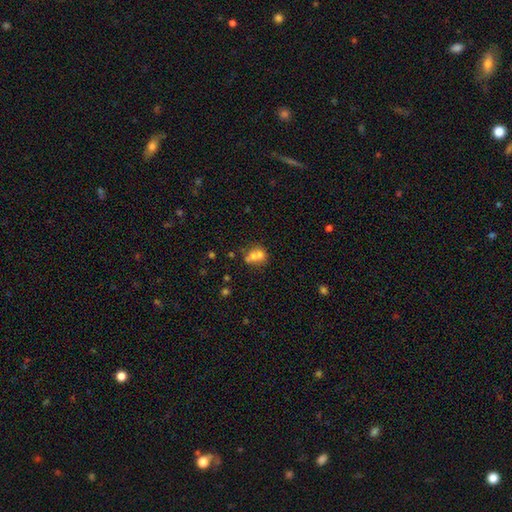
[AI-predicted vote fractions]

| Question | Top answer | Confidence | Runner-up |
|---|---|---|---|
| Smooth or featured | smooth | 64% | featured or disk (23%) |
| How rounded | round | 66% | in between (32%) |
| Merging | merger | 61% | none (29%) |